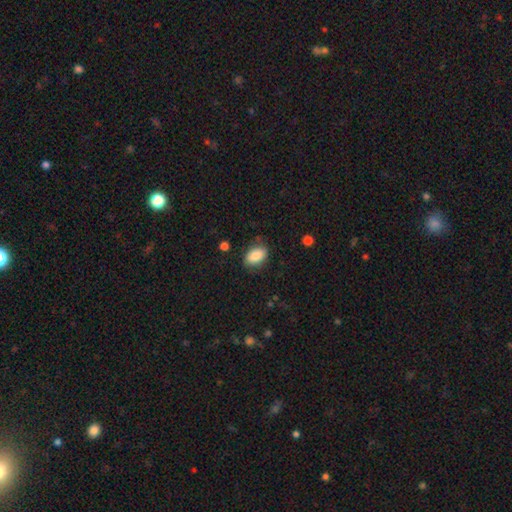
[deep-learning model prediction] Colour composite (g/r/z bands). It shows a smooth galaxy with no disk features (87%) that is in between round and cigar-shaped (89%). Merging: none (80%).